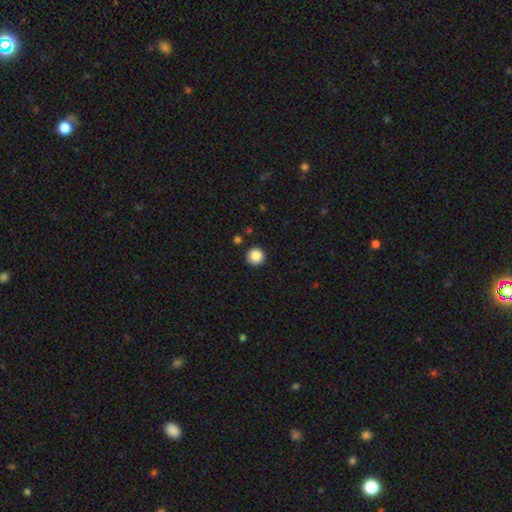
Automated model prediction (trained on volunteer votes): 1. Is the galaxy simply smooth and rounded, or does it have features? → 87% smooth, 10% star or artifact, 3% featured or disk.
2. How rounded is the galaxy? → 96% round, 3% in between, 1% cigar-shaped.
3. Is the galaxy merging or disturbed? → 91% none, 5% minor disturbance, 2% merger, 2% major disturbance.